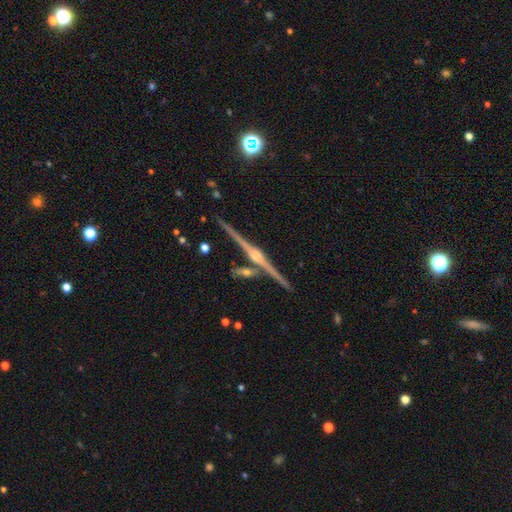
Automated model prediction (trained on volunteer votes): A featured or disk galaxy (89%) viewed edge-on (99%) with a rounded central bulge (86%).

Vote fractions:
- Smooth or featured? featured or disk: 89% / star or artifact: 6% / smooth: 5%
- Edge-on disk? yes: 99% / no: 1%
- Edge-on bulge? rounded: 86% / boxy: 7% / none: 7%
- Merging? none: 86% / minor disturbance: 7% / merger: 5% / major disturbance: 2%